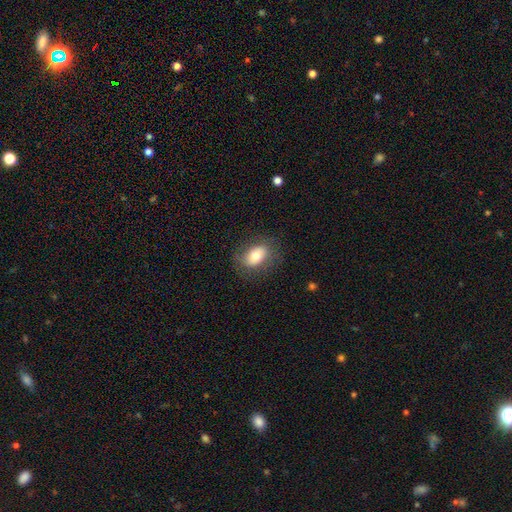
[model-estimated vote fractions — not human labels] A smooth galaxy with no disk features (72%) that is in between round and cigar-shaped (81%).

Vote fractions:
- Smooth or featured? smooth: 72% / featured or disk: 19% / star or artifact: 8%
- How rounded? in between: 81% / round: 17% / cigar-shaped: 2%
- Merging? none: 77% / minor disturbance: 15% / major disturbance: 6% / merger: 1%